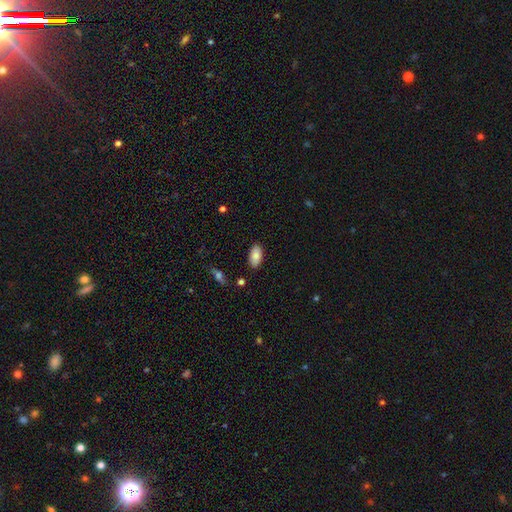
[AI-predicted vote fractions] Smooth or featured?
  - smooth: 83% *
  - featured or disk: 10%
  - star or artifact: 7%
How rounded?
  - in between: 94% *
  - cigar-shaped: 4%
  - round: 3%
Merging?
  - none: 86% *
  - minor disturbance: 10%
  - major disturbance: 2%
  - merger: 2%